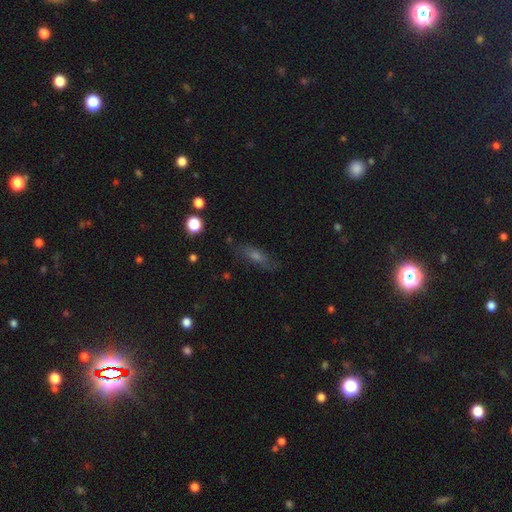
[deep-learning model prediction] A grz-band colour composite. It shows a smooth galaxy with no disk features (45%). Merging: none (78%).